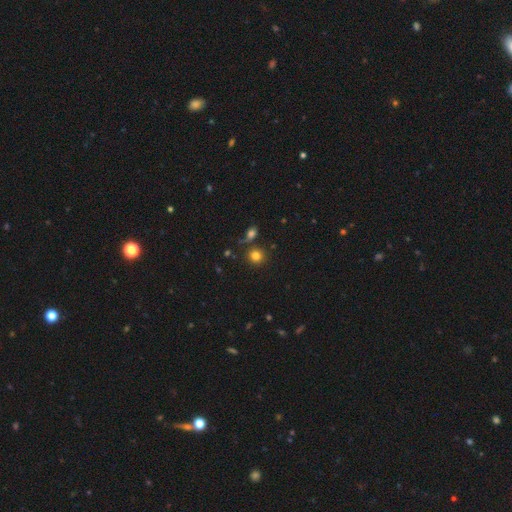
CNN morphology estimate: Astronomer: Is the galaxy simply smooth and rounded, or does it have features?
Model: smooth — 80%.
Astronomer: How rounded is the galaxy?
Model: round — 88%.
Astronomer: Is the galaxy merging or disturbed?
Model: none — 78%.